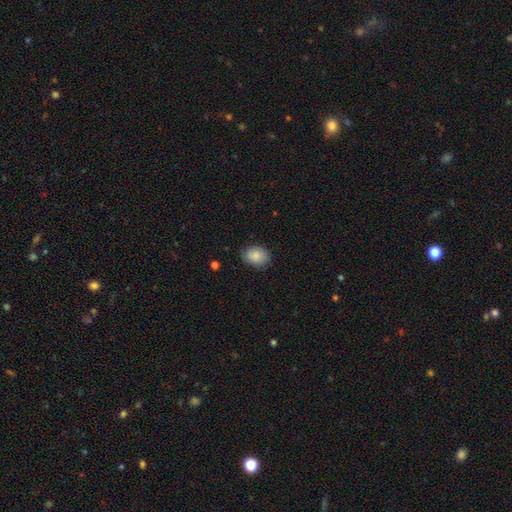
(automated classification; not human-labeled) The model was most divided on "how rounded": in between: 69%, round: 30%, cigar-shaped: 1%. More confident: smooth or featured — smooth (85%); merging — none (80%).